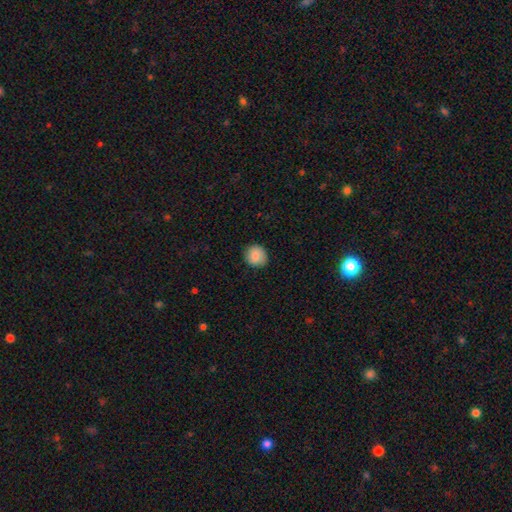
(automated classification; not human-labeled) smooth-or-featured: smooth: 85% | star or artifact: 8% | featured or disk: 7%
  how-rounded: round: 87% | in between: 12% | cigar-shaped: 1%
  merging: none: 87% | minor disturbance: 10% | major disturbance: 2% | merger: 1%